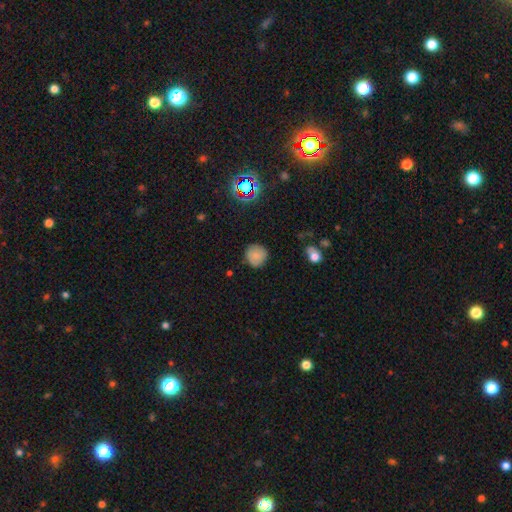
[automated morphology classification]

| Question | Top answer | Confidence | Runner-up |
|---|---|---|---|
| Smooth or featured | smooth | 78% | star or artifact (11%) |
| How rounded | round | 92% | in between (7%) |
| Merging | none | 84% | minor disturbance (12%) |